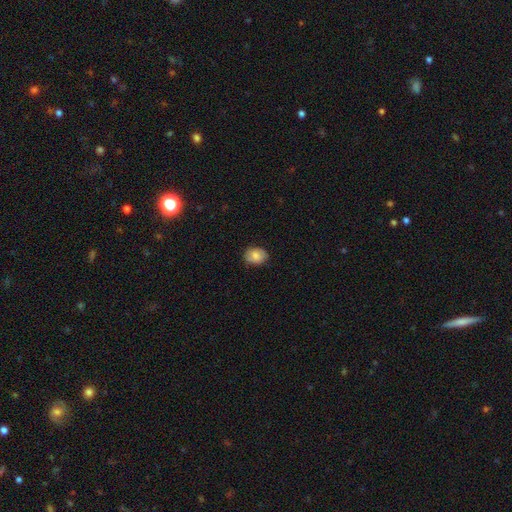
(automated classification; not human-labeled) Morphology: type=smooth (76%); roundness=in between (60%); merging=none (83%).